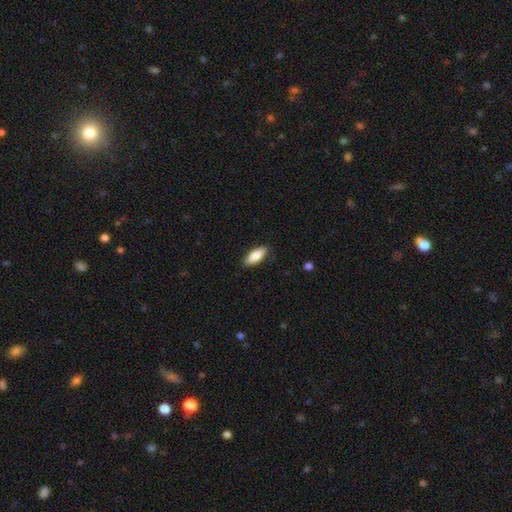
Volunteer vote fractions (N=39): This appears to be a smooth galaxy with no disk features (74%) that is in between round and cigar-shaped (83%). Merging: none (78%).